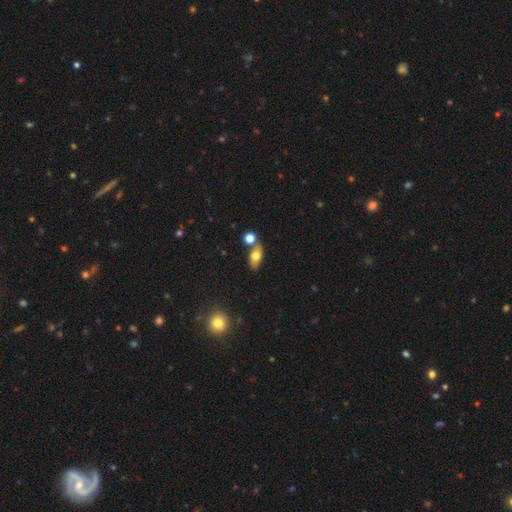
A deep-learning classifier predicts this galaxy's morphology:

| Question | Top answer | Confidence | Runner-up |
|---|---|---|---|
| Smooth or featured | smooth | 68% | featured or disk (23%) |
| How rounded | in between | 81% | cigar-shaped (10%) |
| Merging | none | 65% | merger (19%) |